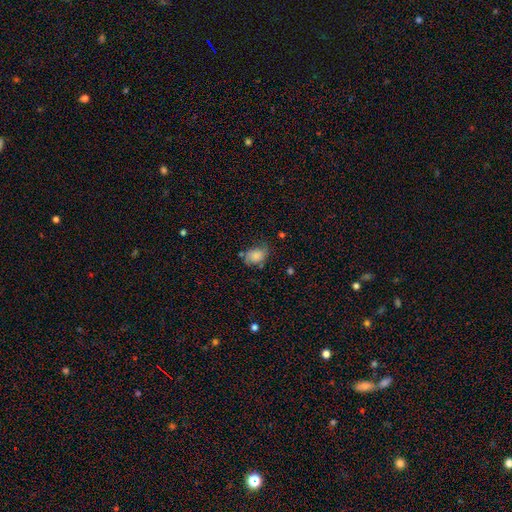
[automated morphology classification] Smooth or featured? smooth (76%)
How rounded? in between (70%)
Merging? none (52%)